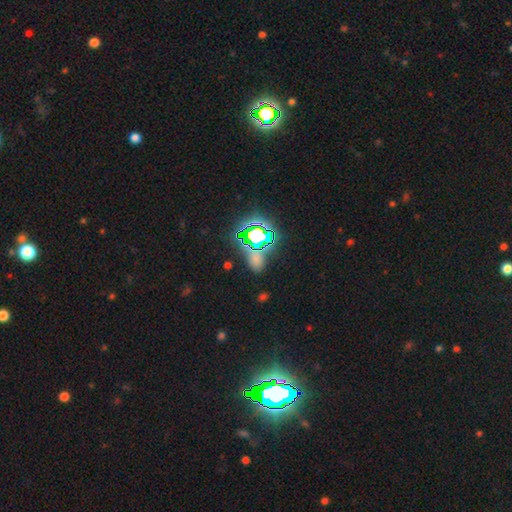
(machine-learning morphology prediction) Smooth or featured? star or artifact (57%)